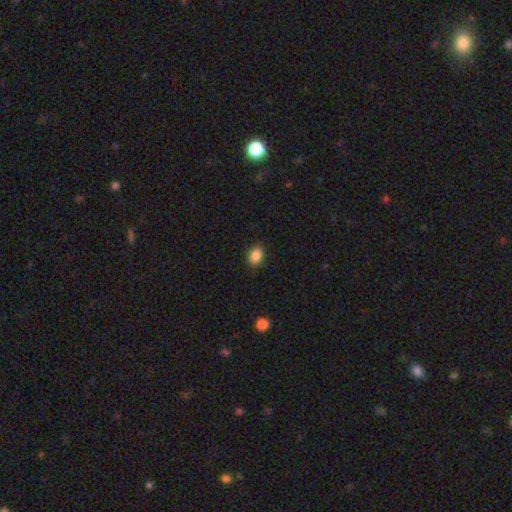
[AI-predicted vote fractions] This is clearly a smooth galaxy (87%). How rounded: likely in between (66%). Merging: clearly none (88%).